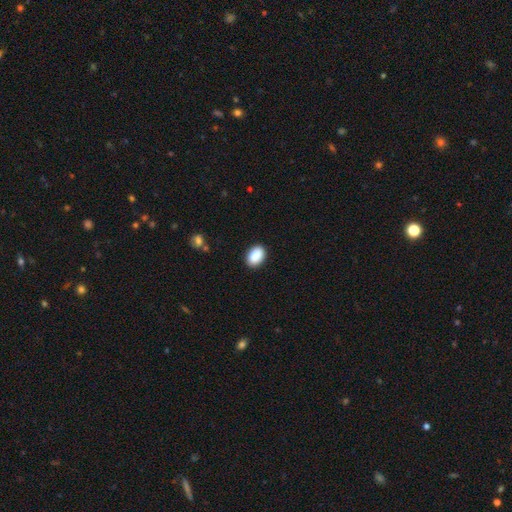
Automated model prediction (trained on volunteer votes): A smooth galaxy with no disk features (90%) that is in between round and cigar-shaped (87%).

Vote fractions:
- Smooth or featured? smooth: 90% / star or artifact: 7% / featured or disk: 3%
- How rounded? in between: 87% / round: 12% / cigar-shaped: 1%
- Merging? none: 88% / minor disturbance: 9% / major disturbance: 2% / merger: 1%